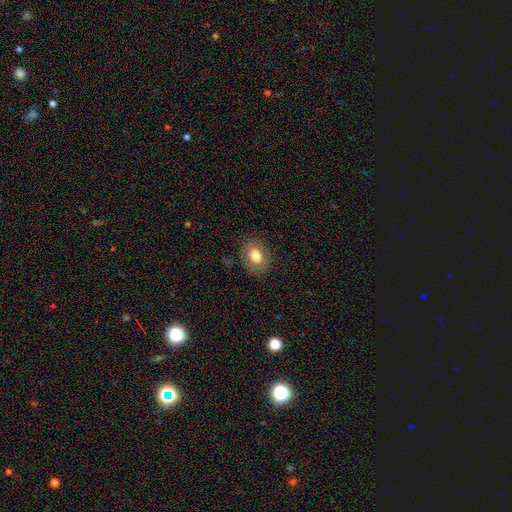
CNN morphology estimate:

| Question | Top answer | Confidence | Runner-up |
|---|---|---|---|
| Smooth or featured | smooth | 75% | featured or disk (16%) |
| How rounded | in between | 58% | round (41%) |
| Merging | none | 84% | minor disturbance (11%) |